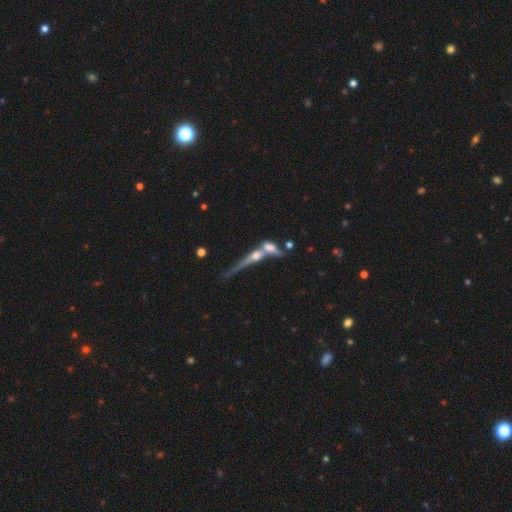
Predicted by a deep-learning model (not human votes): Smooth or featured? Predicted: featured or disk (p=0.55). Edge-on disk? Predicted: yes (p=0.73). Merging? Predicted: merger (p=0.58).